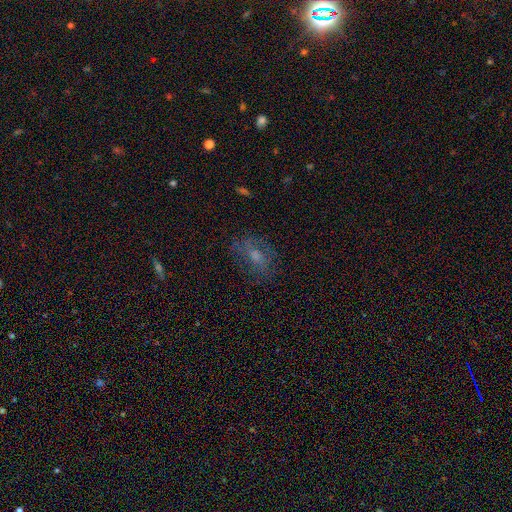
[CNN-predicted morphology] Smooth or featured: smooth — 43% (featured or disk — 40%)
Merging: none — 66% (minor disturbance — 19%)